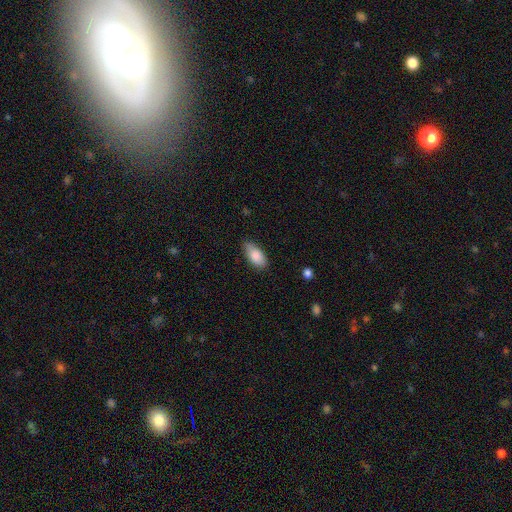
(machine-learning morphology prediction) Smooth or featured: smooth — 86% (featured or disk — 8%)
How rounded: in between — 89% (cigar-shaped — 8%)
Merging: none — 74% (minor disturbance — 21%)